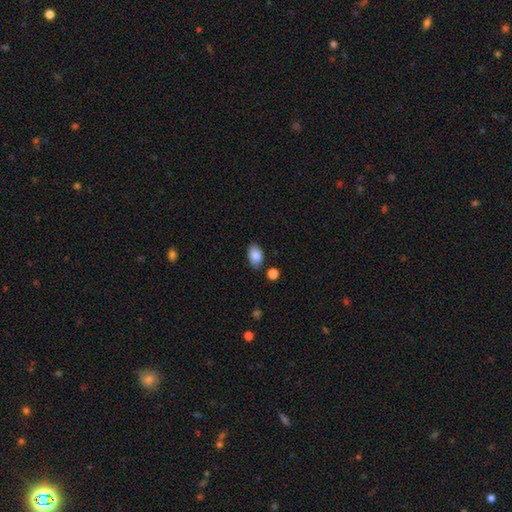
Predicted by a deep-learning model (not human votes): This appears to be a smooth galaxy with no disk features (86%) that is in between round and cigar-shaped (90%). Merging: none (79%).